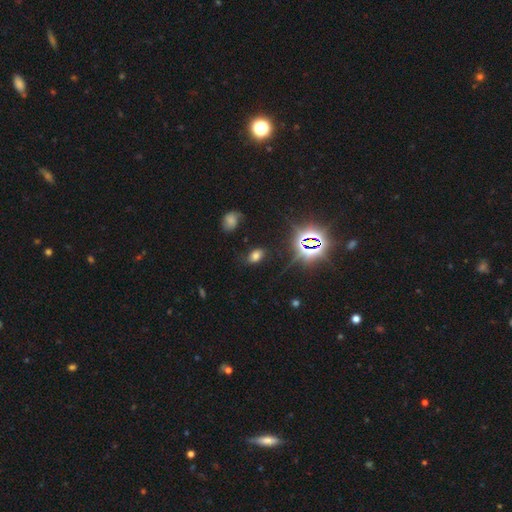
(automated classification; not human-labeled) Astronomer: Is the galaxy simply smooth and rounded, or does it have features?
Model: smooth — 59%.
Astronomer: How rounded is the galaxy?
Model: in between — 88%.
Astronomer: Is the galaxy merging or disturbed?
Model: none — 76%.